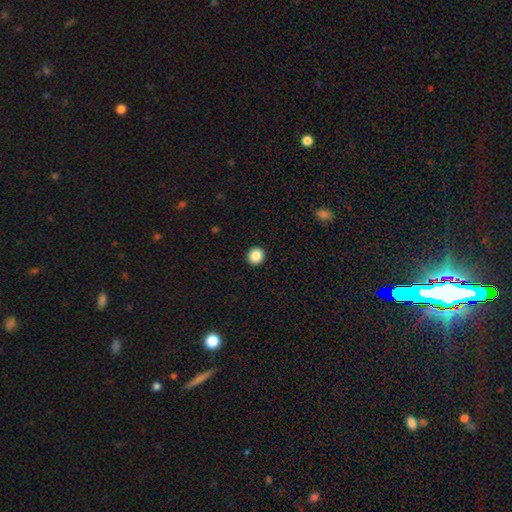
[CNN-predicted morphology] Overall: smooth (86%). How rounded: round (90%). Merging: none (94%).